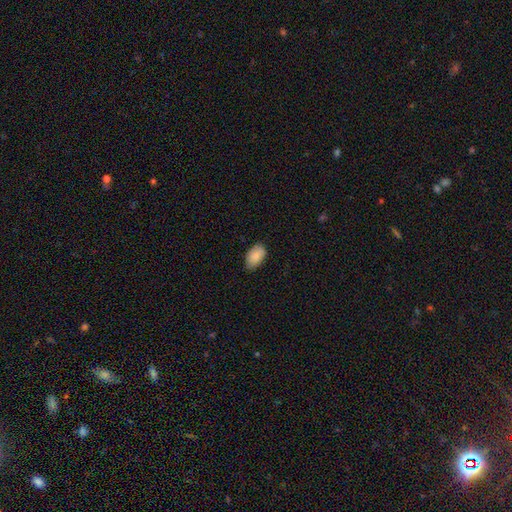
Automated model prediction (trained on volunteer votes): Smooth or featured?
  - smooth: 88% *
  - star or artifact: 6%
  - featured or disk: 5%
How rounded?
  - in between: 93% *
  - round: 5%
  - cigar-shaped: 1%
Merging?
  - none: 77% *
  - minor disturbance: 19%
  - major disturbance: 3%
  - merger: 1%